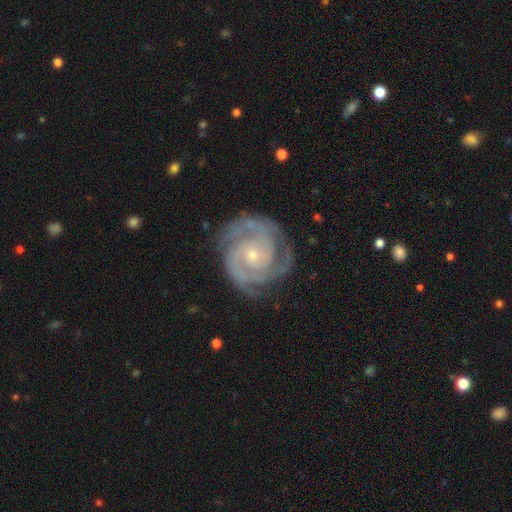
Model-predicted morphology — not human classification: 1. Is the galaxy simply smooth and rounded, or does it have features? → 92% featured or disk, 5% star or artifact, 3% smooth.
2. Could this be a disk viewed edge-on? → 98% no, 2% yes.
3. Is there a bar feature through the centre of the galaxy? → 69% no, 23% weak, 8% strong.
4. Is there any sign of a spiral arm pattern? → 99% yes, 1% no.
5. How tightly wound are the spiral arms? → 75% tight, 23% medium, 2% loose.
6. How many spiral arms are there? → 51% 2, 28% 3, 7% can't tell, 6% 4, 4% more than 4, 4% 1.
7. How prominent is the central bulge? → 69% small, 27% moderate, 2% none, 1% large, 1% dominant.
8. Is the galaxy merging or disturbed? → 80% none, 15% minor disturbance, 4% major disturbance, 1% merger.